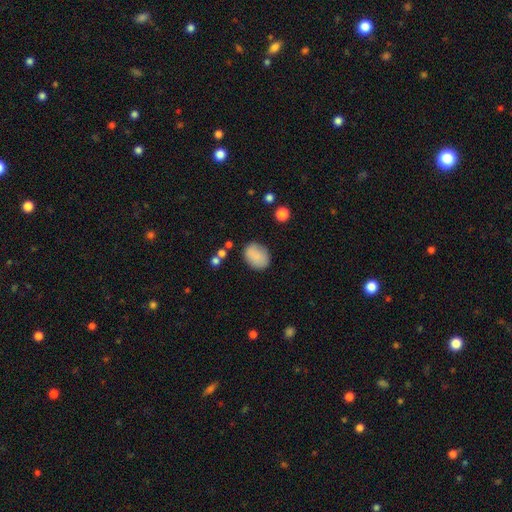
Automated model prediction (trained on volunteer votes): Smooth or featured? smooth (86%)
How rounded? in between (65%)
Merging? none (80%)